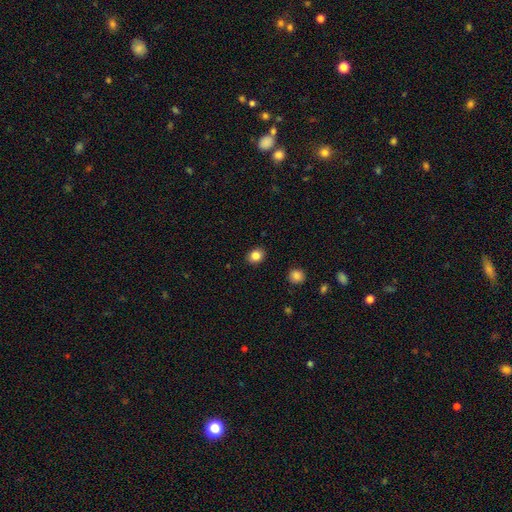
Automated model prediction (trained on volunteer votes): This appears to be a smooth galaxy with no disk features (84%) that is round (58%). Merging: none (90%).